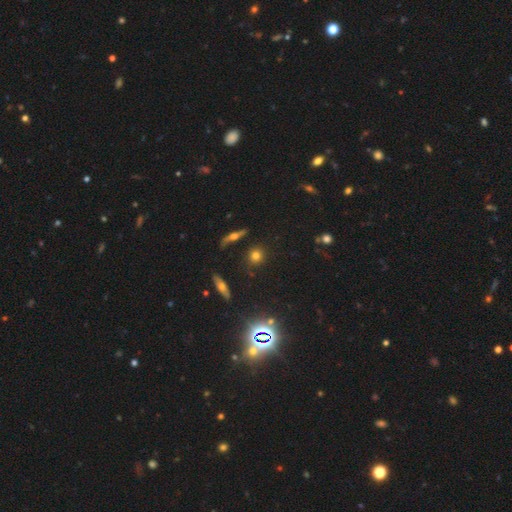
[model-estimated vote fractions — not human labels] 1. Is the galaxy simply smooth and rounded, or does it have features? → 69% smooth, 18% star or artifact, 13% featured or disk.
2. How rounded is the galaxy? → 84% round, 12% in between, 4% cigar-shaped.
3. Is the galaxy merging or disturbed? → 84% none, 9% minor disturbance, 4% merger, 3% major disturbance.